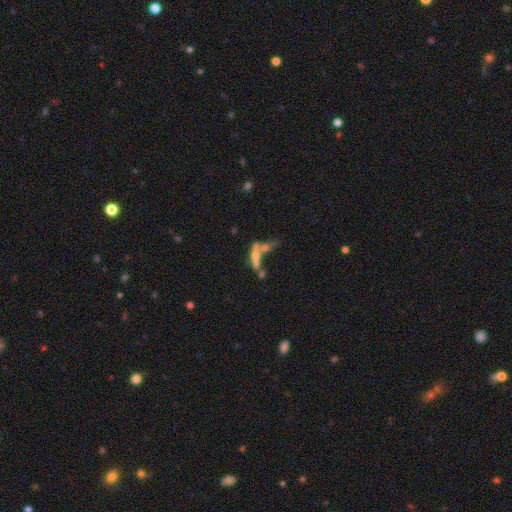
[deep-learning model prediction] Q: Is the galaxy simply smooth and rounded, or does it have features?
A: featured or disk — 47%.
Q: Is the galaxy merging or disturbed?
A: merger — 47%.